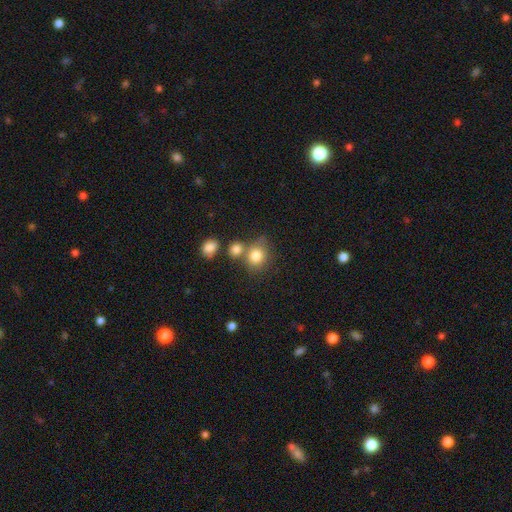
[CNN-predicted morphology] smooth_or_featured: smooth (p=0.81) [alt: star or artifact p=0.10]
how_rounded: round (p=0.74) [alt: in between p=0.25]
merging: none (p=0.55) [alt: merger p=0.27]